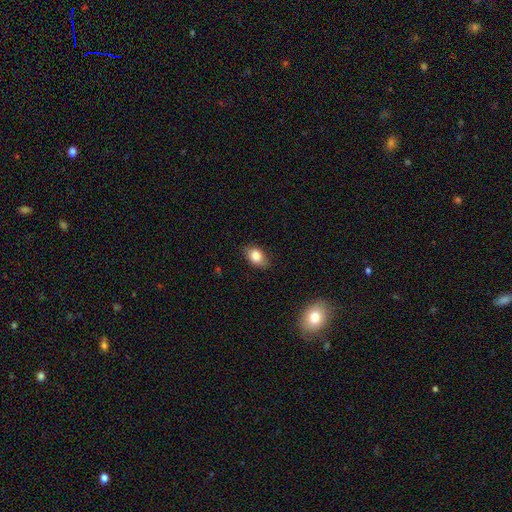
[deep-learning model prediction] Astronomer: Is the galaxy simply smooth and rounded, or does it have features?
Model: smooth — 84%.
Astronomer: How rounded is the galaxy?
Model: in between — 81%.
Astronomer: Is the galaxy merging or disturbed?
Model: none — 81%.